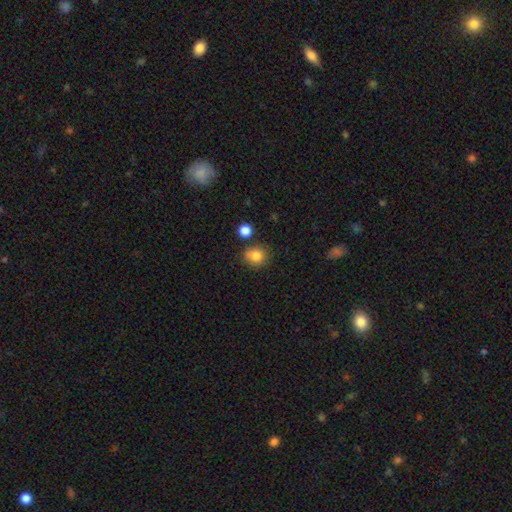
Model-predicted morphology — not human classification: Q: Smooth or featured?
A: smooth (82%); runner-up: star or artifact (11%)
Q: How rounded?
A: round (79%); runner-up: in between (20%)
Q: Merging?
A: none (73%); runner-up: minor disturbance (15%)